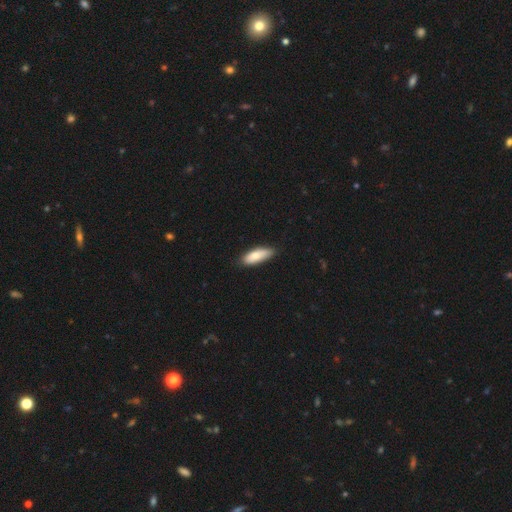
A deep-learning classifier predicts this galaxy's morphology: A smooth galaxy with no disk features (81%) that is in between round and cigar-shaped (65%).

Vote fractions:
- Smooth or featured? smooth: 81% / featured or disk: 13% / star or artifact: 6%
- How rounded? in between: 65% / cigar-shaped: 33% / round: 2%
- Merging? none: 78% / minor disturbance: 19% / major disturbance: 2% / merger: 1%